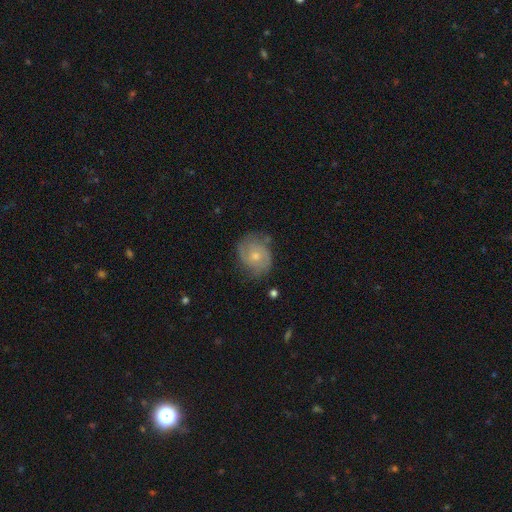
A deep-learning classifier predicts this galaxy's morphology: featured or disk 56%, smooth 36%, star or artifact 8%. Down the decision tree: edge-on disk — no (97%); bar — no (77%); spiral arms — yes (79%); bulge size — moderate (49%); merging — none (66%).